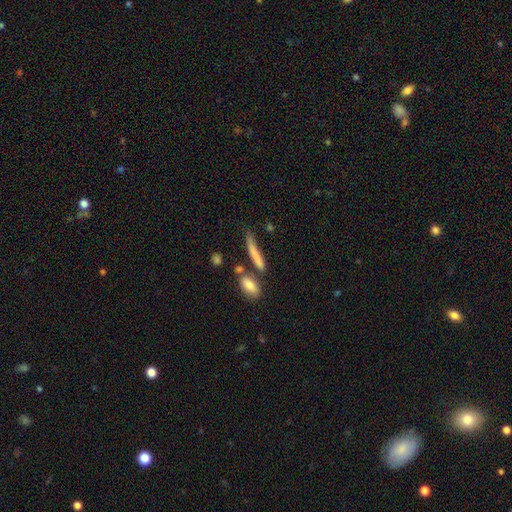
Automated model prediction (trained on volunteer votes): Morphology: type=smooth (74%); roundness=cigar-shaped (81%); merging=none (56%).